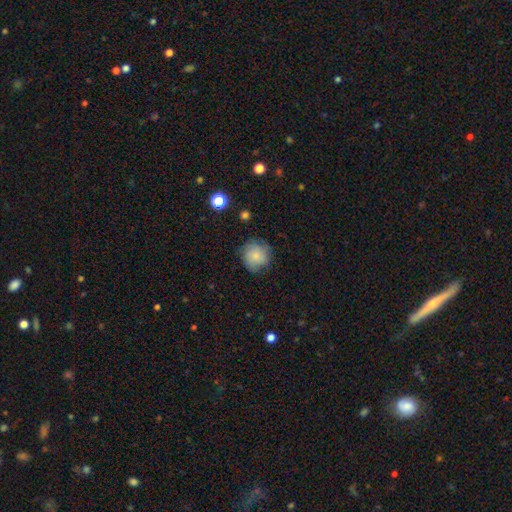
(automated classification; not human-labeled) Morphology: type=smooth (78%); roundness=round (90%); merging=none (76%).